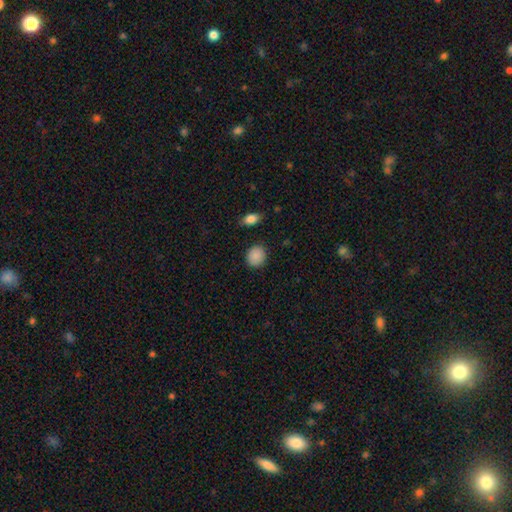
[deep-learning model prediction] This appears to be a smooth galaxy with no disk features (89%) that is round (71%). Merging: none (87%).